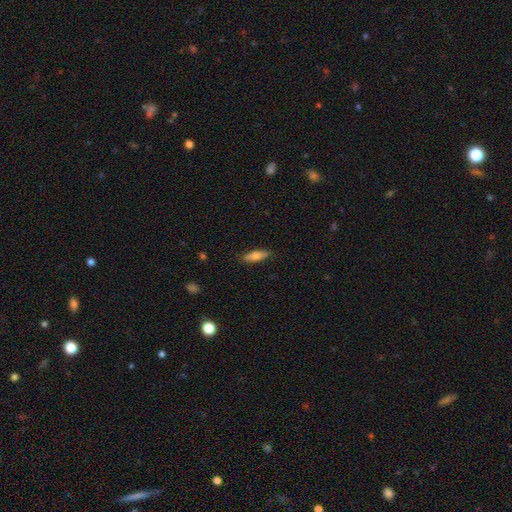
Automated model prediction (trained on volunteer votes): Smooth or featured?
  - smooth: 67% *
  - featured or disk: 26%
  - star or artifact: 7%
How rounded?
  - cigar-shaped: 51% *
  - in between: 46%
  - round: 2%
Merging?
  - none: 86% *
  - minor disturbance: 11%
  - major disturbance: 2%
  - merger: 1%